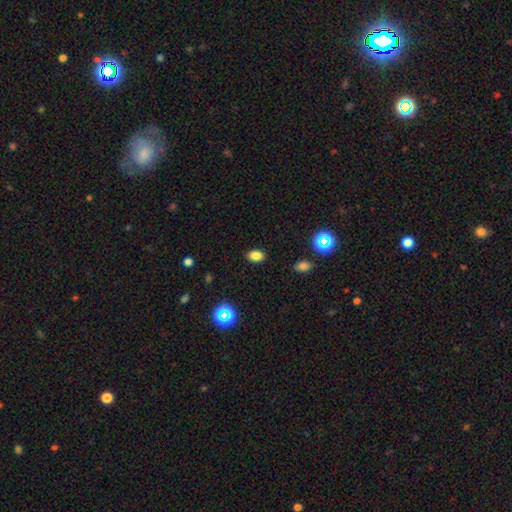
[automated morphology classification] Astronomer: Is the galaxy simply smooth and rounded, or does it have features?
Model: smooth — 83%.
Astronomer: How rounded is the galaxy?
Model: in between — 82%.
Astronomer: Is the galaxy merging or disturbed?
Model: none — 88%.